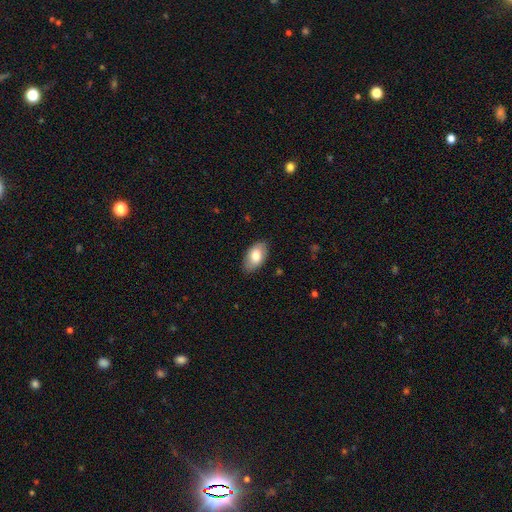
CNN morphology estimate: Smooth or featured? smooth (77%)
How rounded? in between (94%)
Merging? none (85%)